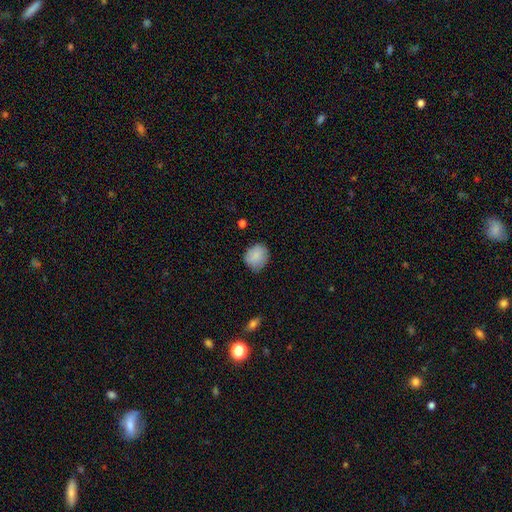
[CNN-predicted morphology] Smooth or featured? smooth (86%)
How rounded? round (76%)
Merging? none (74%)